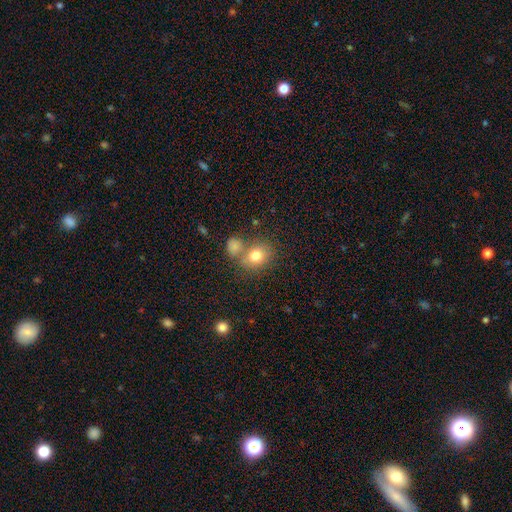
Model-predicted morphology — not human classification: This is likely a smooth galaxy (78%). How rounded: likely round (66%). Merging: possibly none (56%).